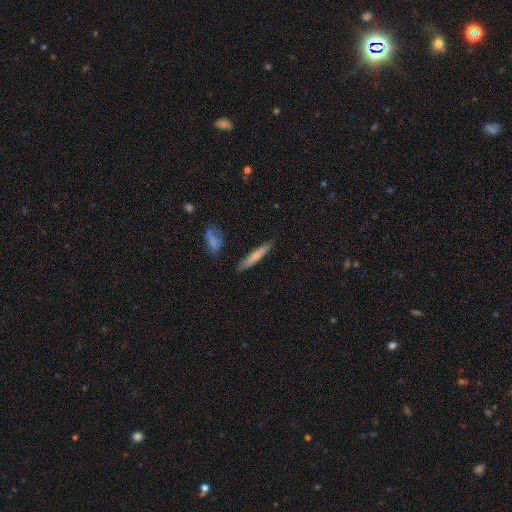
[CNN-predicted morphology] The model was most divided on "smooth or featured": smooth: 66%, featured or disk: 28%, star or artifact: 6%. More confident: how rounded — cigar-shaped (91%); merging — none (84%).